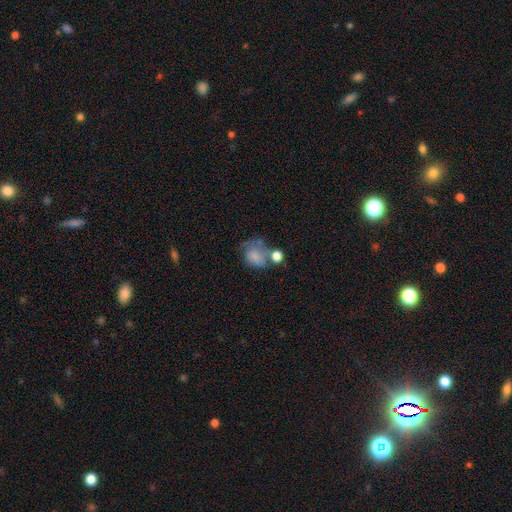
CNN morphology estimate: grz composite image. It shows a smooth galaxy with no disk features (69%) that is round (52%). Merging: none (31%).